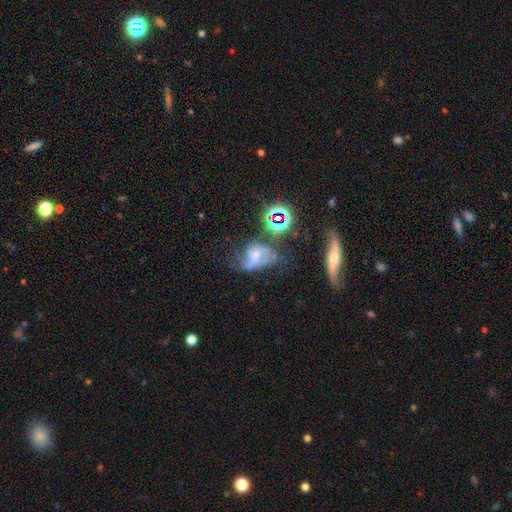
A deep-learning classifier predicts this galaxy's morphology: Smooth or featured? Predicted: featured or disk (p=0.58). Edge-on disk? Predicted: no (p=0.97). Bar? Predicted: no (p=0.51). Spiral arms? Predicted: yes (p=0.78). Bulge size? Predicted: small (p=0.38). Merging? Predicted: major disturbance (p=0.36).